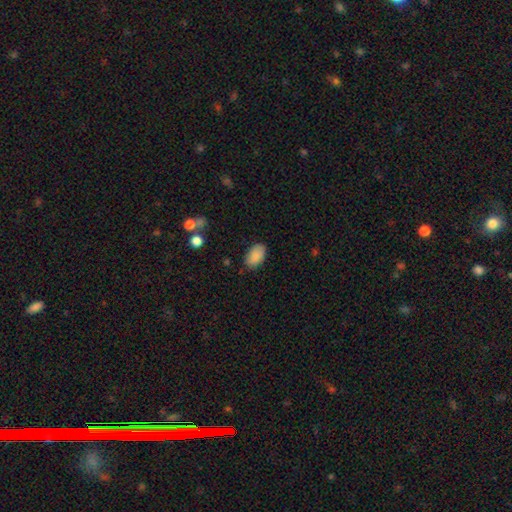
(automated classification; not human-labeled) smooth_or_featured: smooth (p=0.87) [alt: star or artifact p=0.07]
how_rounded: in between (p=0.92) [alt: round p=0.07]
merging: none (p=0.82) [alt: minor disturbance p=0.14]